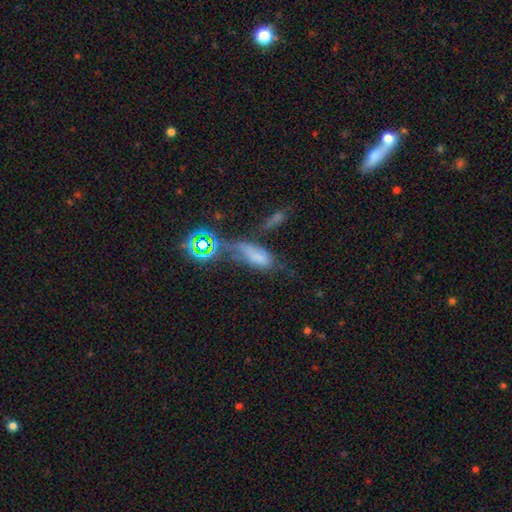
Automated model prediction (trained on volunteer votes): Smooth or featured?
  - smooth: 52% *
  - star or artifact: 26%
  - featured or disk: 21%
How rounded?
  - in between: 73% *
  - cigar-shaped: 20%
  - round: 7%
Merging?
  - major disturbance: 29% *
  - merger: 26%
  - none: 25%
  - minor disturbance: 20%